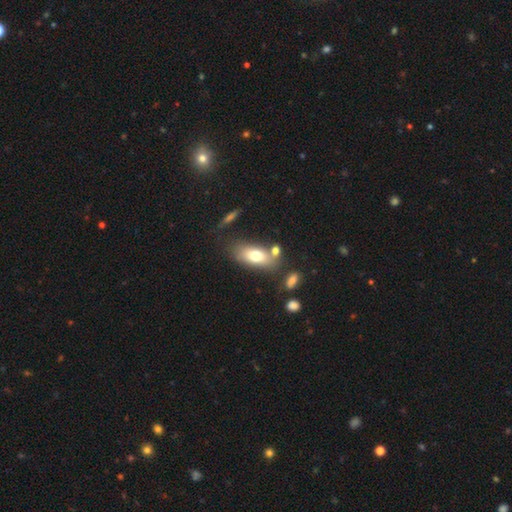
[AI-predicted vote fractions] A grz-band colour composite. It shows a smooth galaxy with no disk features (71%) that is in between round and cigar-shaped (84%). Merging: none (65%).